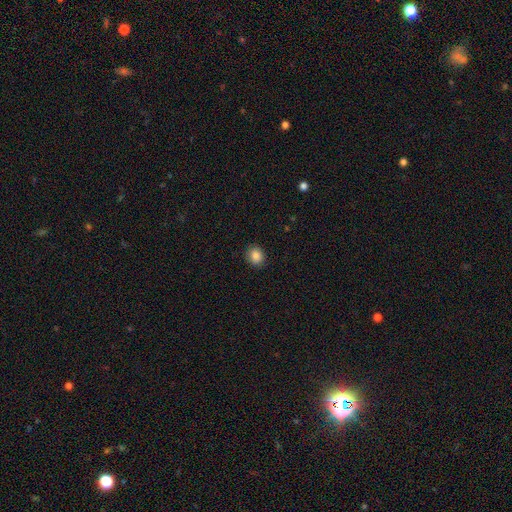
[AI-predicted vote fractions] smooth_or_featured: smooth (p=0.86) [alt: star or artifact p=0.10]
how_rounded: round (p=0.73) [alt: in between p=0.26]
merging: none (p=0.90) [alt: minor disturbance p=0.07]